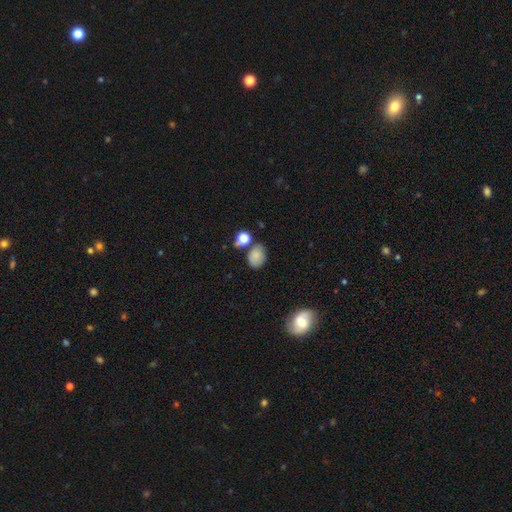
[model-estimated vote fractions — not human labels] Smooth or featured? smooth (80%)
How rounded? in between (65%)
Merging? none (64%)